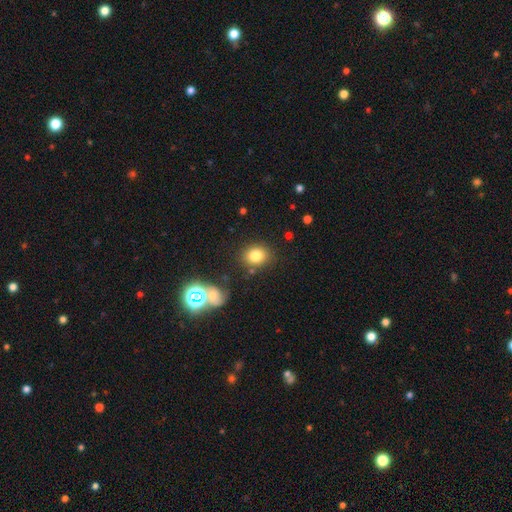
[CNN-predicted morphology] This appears to be a smooth galaxy with no disk features (80%) that is round (58%). Merging: none (82%).